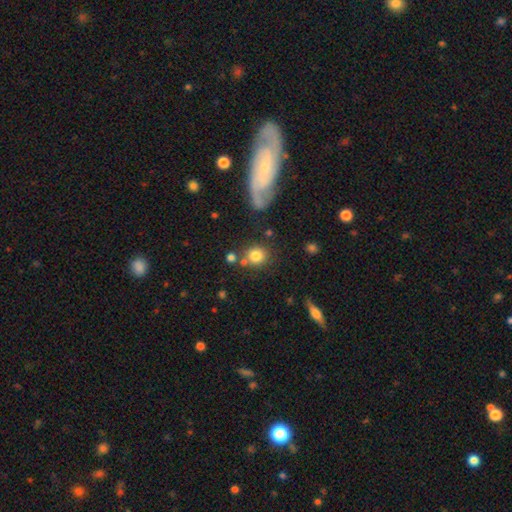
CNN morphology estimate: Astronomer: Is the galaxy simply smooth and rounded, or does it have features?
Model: smooth — 80%.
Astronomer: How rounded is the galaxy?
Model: round — 83%.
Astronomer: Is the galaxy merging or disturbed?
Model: none — 69%.